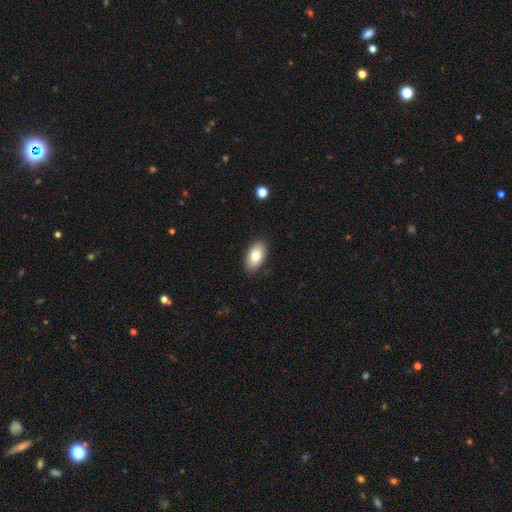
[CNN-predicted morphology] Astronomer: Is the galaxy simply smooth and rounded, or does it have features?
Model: smooth — 79%.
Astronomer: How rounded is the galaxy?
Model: in between — 93%.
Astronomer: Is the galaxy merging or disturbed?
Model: none — 87%.